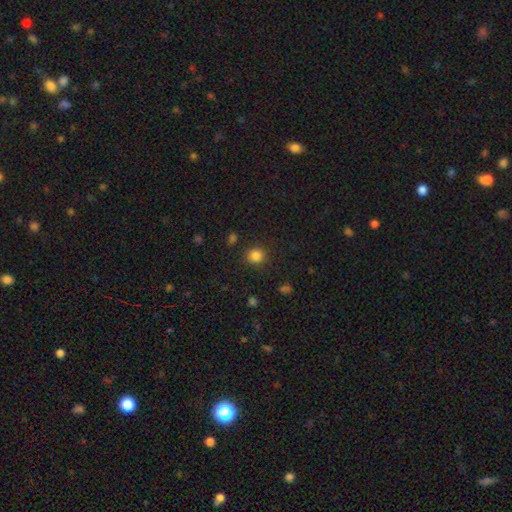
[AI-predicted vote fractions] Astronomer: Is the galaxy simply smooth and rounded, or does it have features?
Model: smooth — 83%.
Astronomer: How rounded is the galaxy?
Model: round — 87%.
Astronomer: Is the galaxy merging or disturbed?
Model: none — 88%.